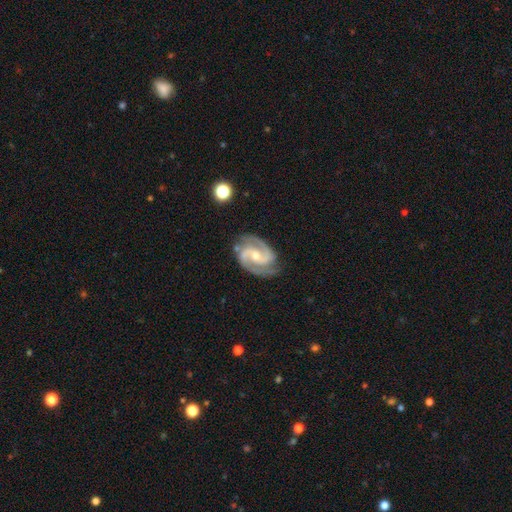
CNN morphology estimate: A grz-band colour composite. It shows a featured or disk galaxy (93%) with a weak bar (42%), 2 (92%) medium (57%) spiral arms (99%) and a moderate central bulge (50%). Merging: none (79%).